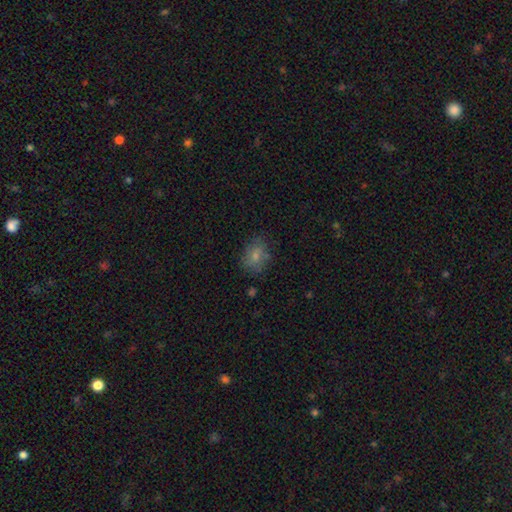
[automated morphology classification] This appears to be a smooth galaxy with no disk features (75%) that is in between round and cigar-shaped (68%). Merging: none (70%).